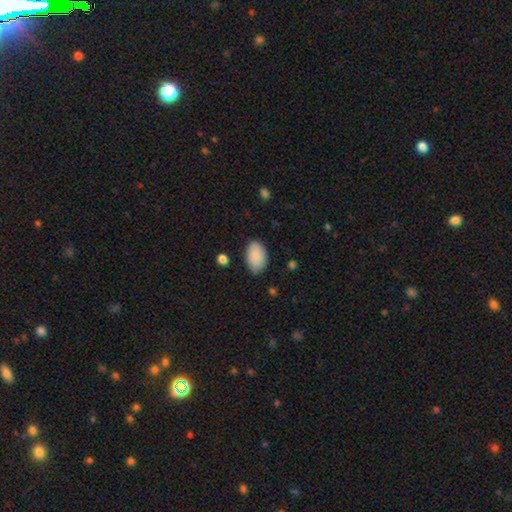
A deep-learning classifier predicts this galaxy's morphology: The model was most divided on "merging": none: 79%, minor disturbance: 17%, major disturbance: 3%, merger: 1%. More confident: how rounded — in between (91%); smooth or featured — smooth (88%).